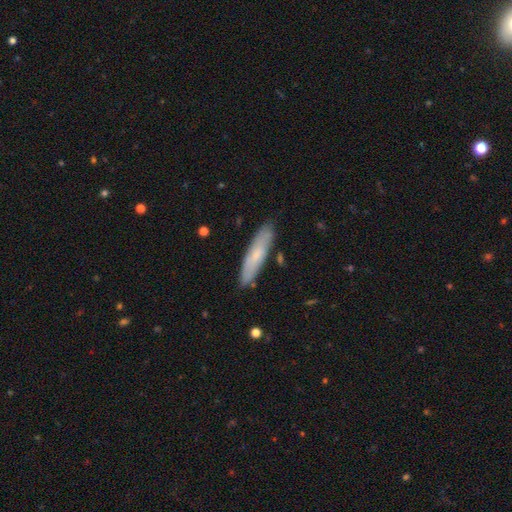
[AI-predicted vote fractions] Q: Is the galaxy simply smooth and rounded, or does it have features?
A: smooth — 64%.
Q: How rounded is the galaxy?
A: cigar-shaped — 80%.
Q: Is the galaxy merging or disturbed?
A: none — 86%.